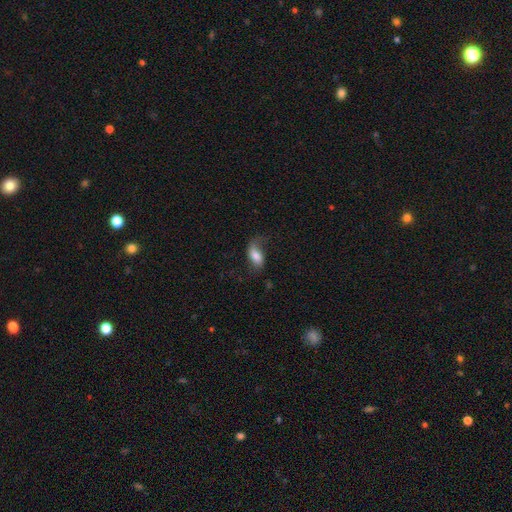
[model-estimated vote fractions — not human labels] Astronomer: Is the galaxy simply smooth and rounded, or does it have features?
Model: smooth — 61%.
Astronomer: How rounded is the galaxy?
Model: in between — 87%.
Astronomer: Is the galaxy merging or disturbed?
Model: none — 49% (runner-up: minor disturbance, 27%).